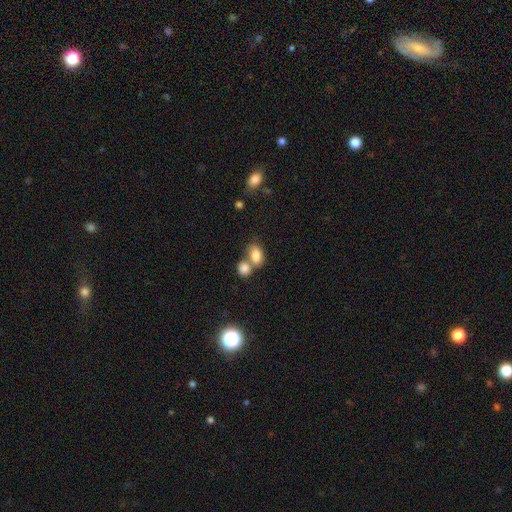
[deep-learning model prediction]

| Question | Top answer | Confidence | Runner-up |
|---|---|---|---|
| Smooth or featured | smooth | 82% | featured or disk (9%) |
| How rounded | in between | 81% | round (17%) |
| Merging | merger | 55% | none (31%) |